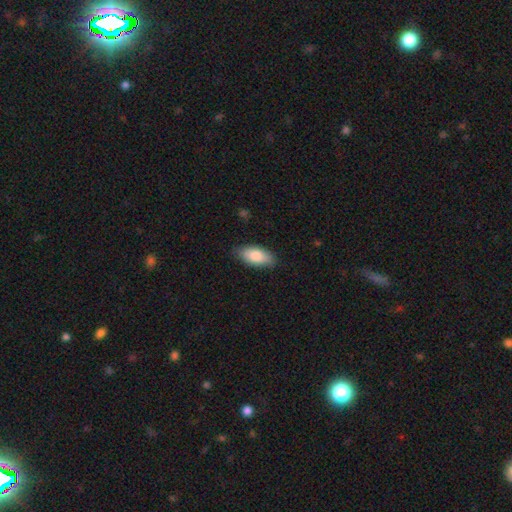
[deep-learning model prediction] Morphology: type=smooth (84%); roundness=in between (90%); merging=none (83%).